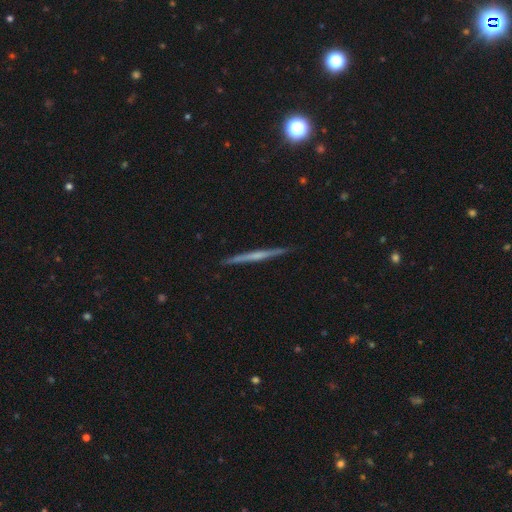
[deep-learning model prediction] The model was most divided on "smooth or featured": featured or disk: 64%, smooth: 30%, star or artifact: 6%. More confident: edge-on disk — yes (98%); merging — none (91%); edge-on bulge — none (63%).